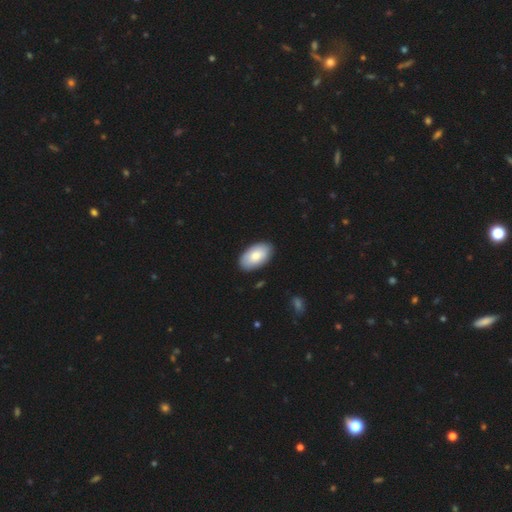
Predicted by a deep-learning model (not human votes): This is clearly a smooth galaxy (83%). How rounded: clearly in between (95%). Merging: clearly none (87%).